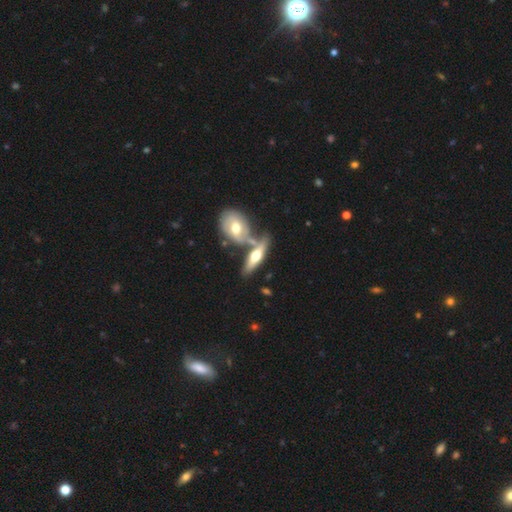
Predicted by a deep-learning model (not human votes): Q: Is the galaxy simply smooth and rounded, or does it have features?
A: featured or disk — 53%.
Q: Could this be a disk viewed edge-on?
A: yes — 77%.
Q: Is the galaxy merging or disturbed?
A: merger — 45%.